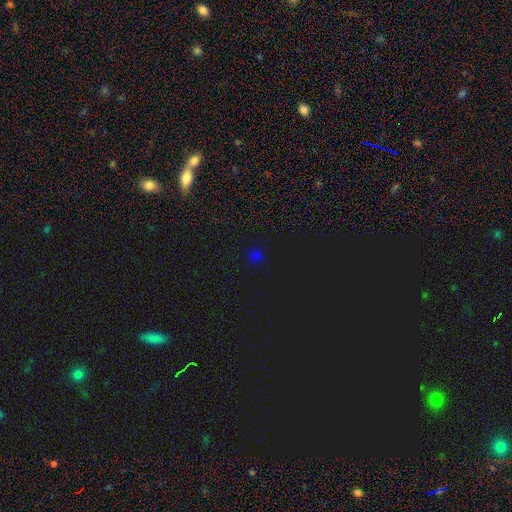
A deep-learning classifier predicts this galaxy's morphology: type=smooth (51%); roundness=round (88%); merging=none (88%).